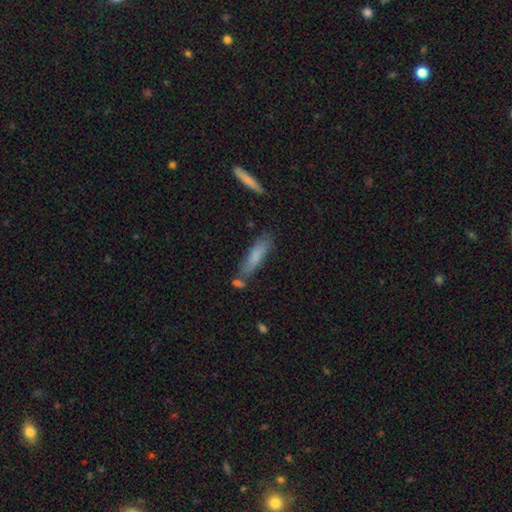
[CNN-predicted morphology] smooth 76%, featured or disk 18%, star or artifact 7%. Down the decision tree: how rounded — cigar-shaped (76%); merging — none (67%).